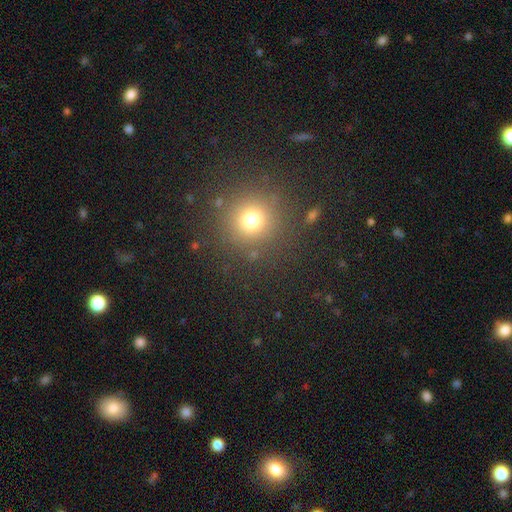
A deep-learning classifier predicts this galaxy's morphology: This appears to be a smooth galaxy with no disk features (68%) that is round (94%). Merging: none (89%).